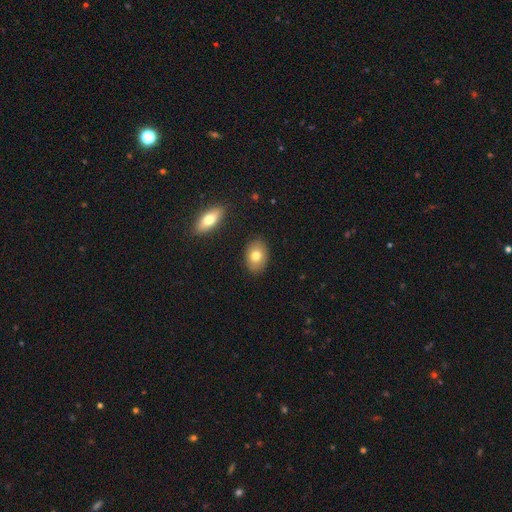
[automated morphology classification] Smooth or featured: smooth — 76% (featured or disk — 17%)
How rounded: in between — 80% (round — 19%)
Merging: none — 87% (minor disturbance — 9%)